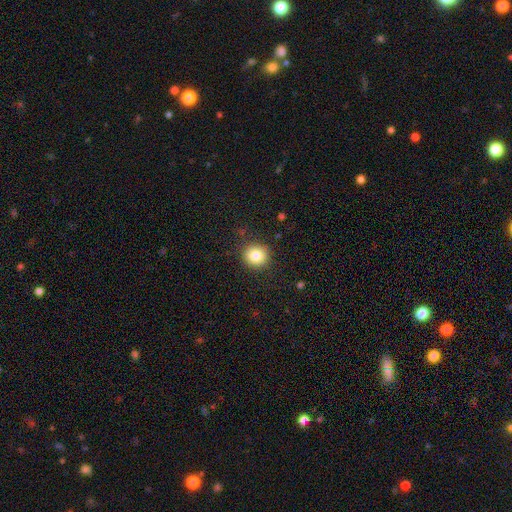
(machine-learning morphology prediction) Overall: smooth (83%). How rounded: round (90%). Merging: none (89%).